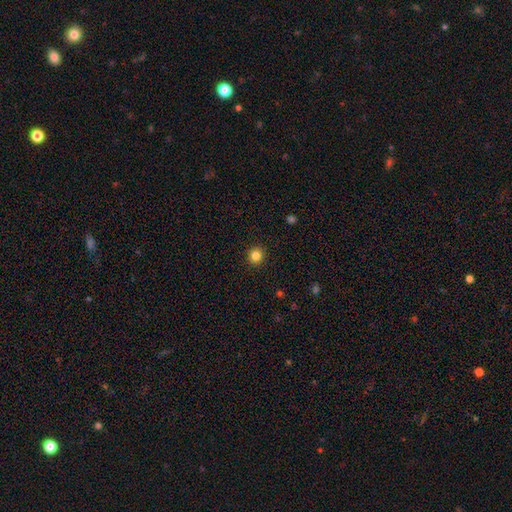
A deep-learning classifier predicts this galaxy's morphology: type=smooth (83%); roundness=round (93%); merging=none (92%).